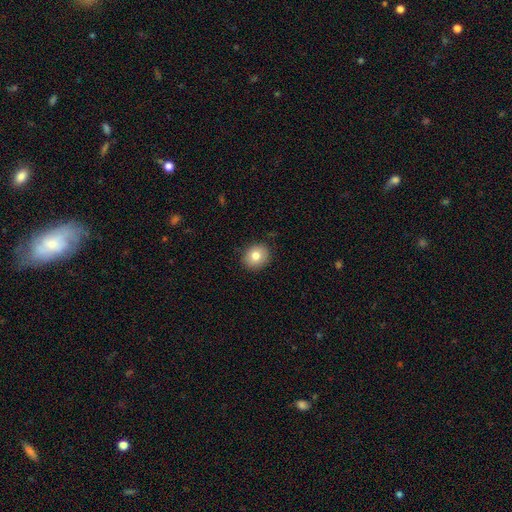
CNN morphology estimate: A smooth galaxy with no disk features (79%) that is round (72%). Merging: none (88%).